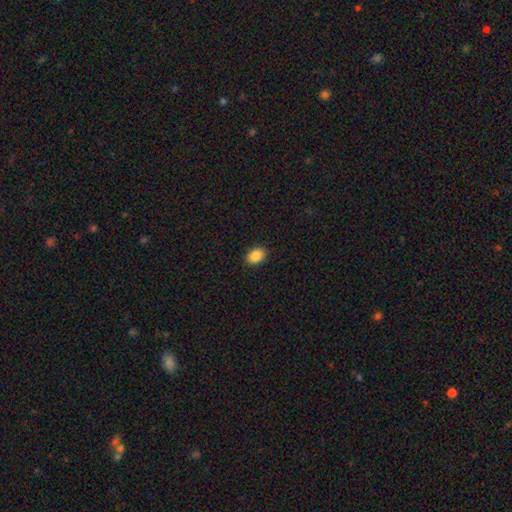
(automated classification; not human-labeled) smooth-or-featured: smooth: 87% | star or artifact: 8% | featured or disk: 4%
  how-rounded: in between: 80% | round: 19% | cigar-shaped: 1%
  merging: none: 90% | minor disturbance: 7% | major disturbance: 2% | merger: 1%